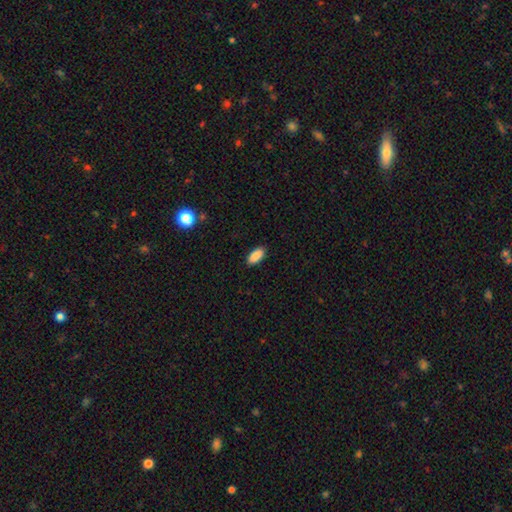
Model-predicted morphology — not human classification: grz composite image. It shows a smooth galaxy with no disk features (89%) that is in between round and cigar-shaped (89%). Merging: none (88%).